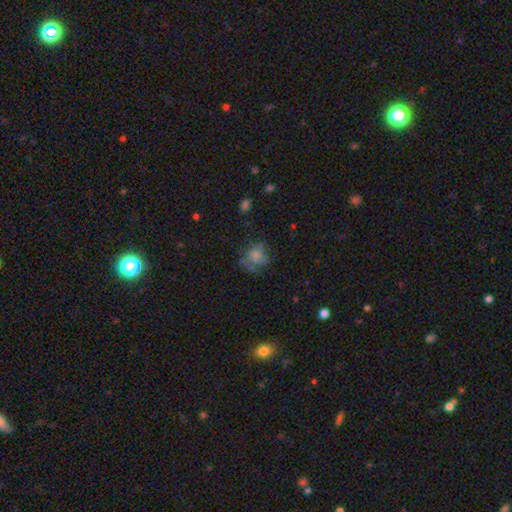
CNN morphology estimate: This appears to be a smooth galaxy with no disk features (62%) that is round (67%). Merging: none (47%).